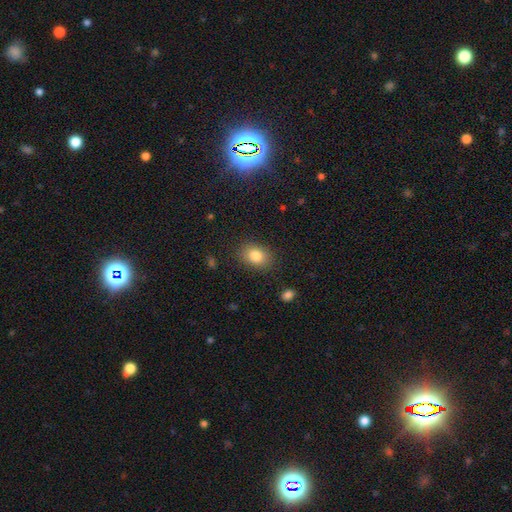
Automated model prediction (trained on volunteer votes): smooth-or-featured: smooth: 83% | star or artifact: 9% | featured or disk: 8%
  how-rounded: in between: 71% | round: 28% | cigar-shaped: 1%
  merging: none: 85% | minor disturbance: 10% | major disturbance: 3% | merger: 1%